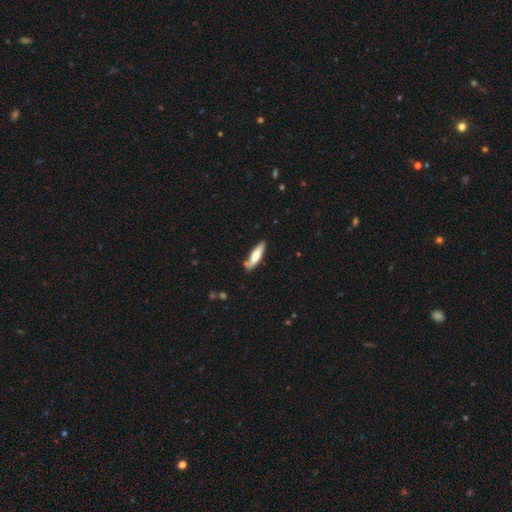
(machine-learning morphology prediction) Smooth or featured?
  - smooth: 63% *
  - featured or disk: 31%
  - star or artifact: 5%
How rounded?
  - cigar-shaped: 72% *
  - in between: 26%
  - round: 2%
Merging?
  - none: 80% *
  - minor disturbance: 14%
  - merger: 4%
  - major disturbance: 2%